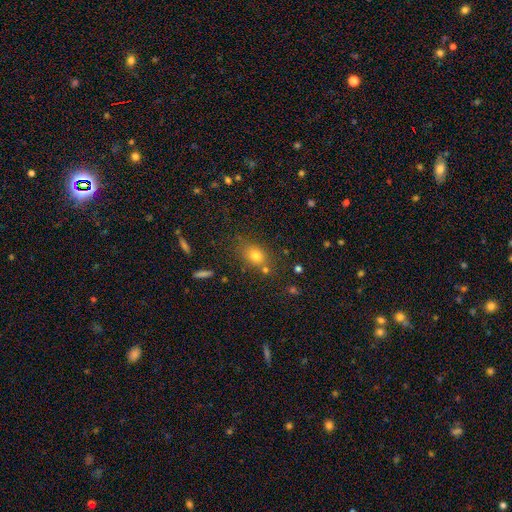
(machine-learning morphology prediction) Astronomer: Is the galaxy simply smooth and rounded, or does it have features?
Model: smooth — 75%.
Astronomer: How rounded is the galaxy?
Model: in between — 55% (runner-up: round, 42%).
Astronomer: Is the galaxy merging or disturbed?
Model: none — 70%.